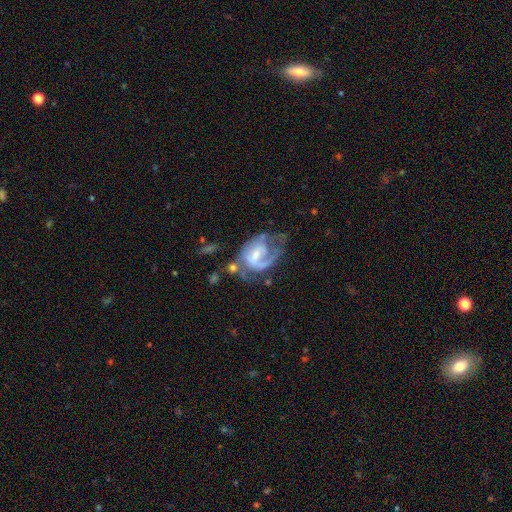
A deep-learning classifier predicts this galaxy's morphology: The model was most divided on "merging": major disturbance: 35%, none: 34%, minor disturbance: 22%, merger: 10%. Remaining: edge-on disk — no (97%); spiral arms — yes (83%); smooth or featured — featured or disk (78%); bar — weak (51%); spiral winding — medium (44%); bulge size — small (43%); spiral arm count — 2 (38%).